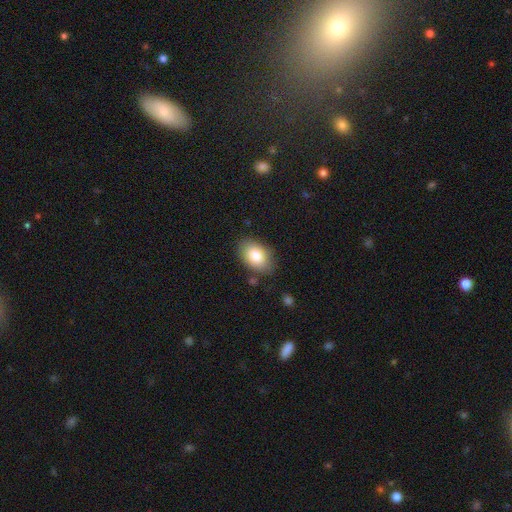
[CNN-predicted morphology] smooth 83%, featured or disk 10%, star or artifact 7%. Down the decision tree: how rounded — in between (89%); merging — none (81%).